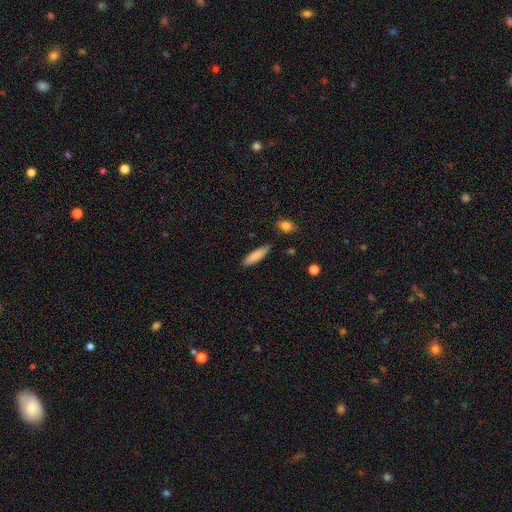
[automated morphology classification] Smooth or featured? Predicted: smooth (p=0.85). How rounded? Predicted: cigar-shaped (p=0.67). Merging? Predicted: none (p=0.85).